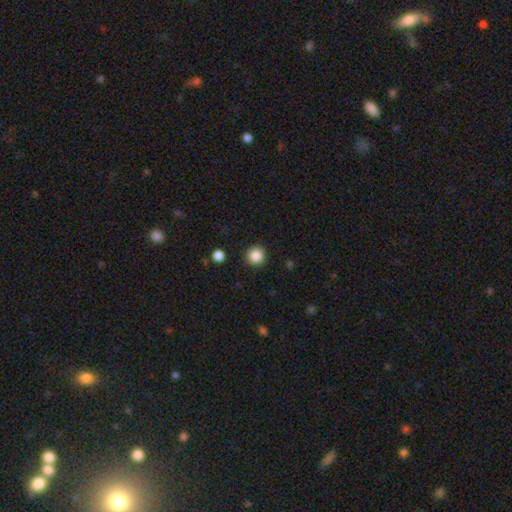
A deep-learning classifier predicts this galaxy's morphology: smooth-or-featured: smooth: 87% | star or artifact: 10% | featured or disk: 3%
  how-rounded: round: 95% | in between: 4% | cigar-shaped: 1%
  merging: none: 92% | minor disturbance: 5% | major disturbance: 2% | merger: 1%